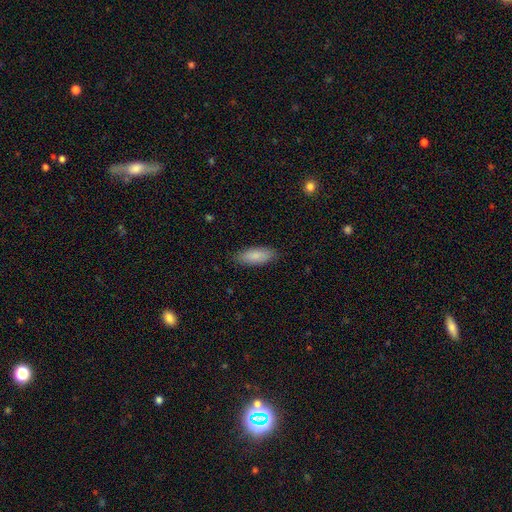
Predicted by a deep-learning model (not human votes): This is clearly a smooth galaxy (85%). How rounded: likely in between (76%). Merging: clearly none (85%).